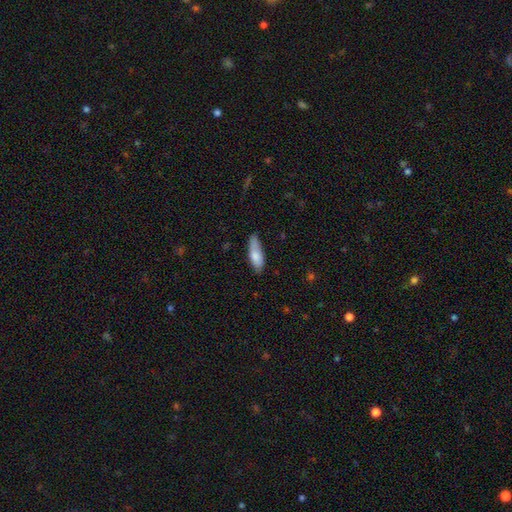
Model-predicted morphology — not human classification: Q: Smooth or featured?
A: smooth (78%); runner-up: featured or disk (16%)
Q: How rounded?
A: in between (59%); runner-up: cigar-shaped (40%)
Q: Merging?
A: none (64%); runner-up: minor disturbance (28%)